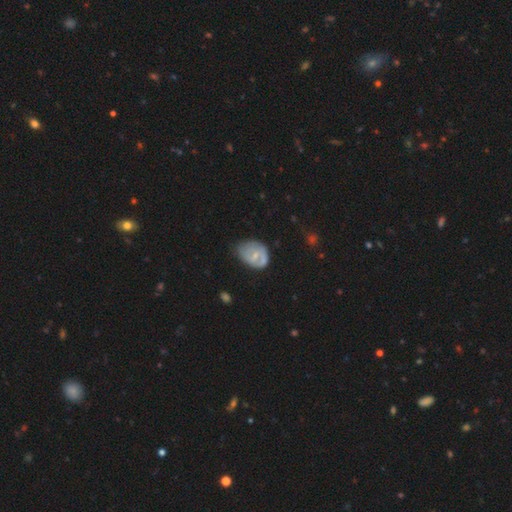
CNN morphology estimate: The model was most divided on "merging": minor disturbance: 40%, none: 35%, major disturbance: 21%, merger: 4%. More confident: how rounded — in between (68%); smooth or featured — smooth (51%).